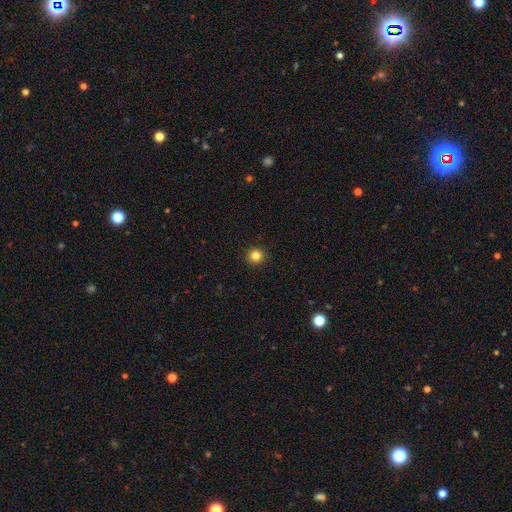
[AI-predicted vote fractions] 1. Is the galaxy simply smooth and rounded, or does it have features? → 83% smooth, 12% star or artifact, 5% featured or disk.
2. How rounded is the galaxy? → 94% round, 5% in between, 1% cigar-shaped.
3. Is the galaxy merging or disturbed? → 93% none, 5% minor disturbance, 2% major disturbance, 1% merger.